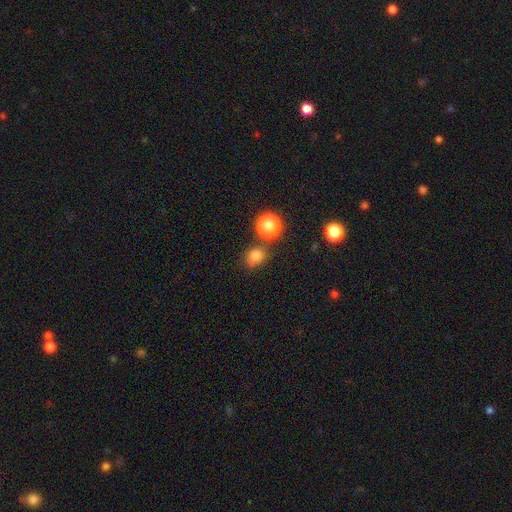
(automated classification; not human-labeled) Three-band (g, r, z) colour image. It shows a smooth galaxy with no disk features (79%) that is round (63%). Merging: none (62%).